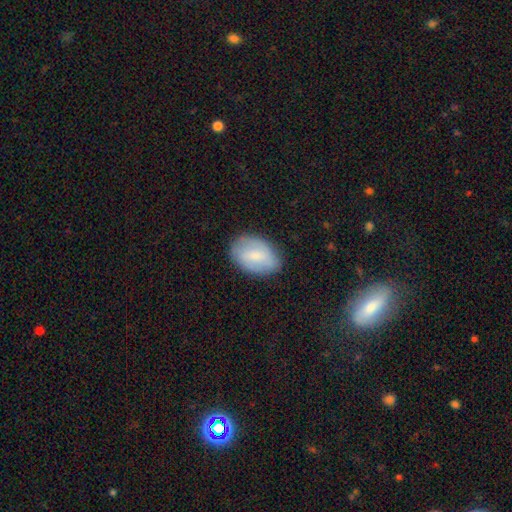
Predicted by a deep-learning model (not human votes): Smooth or featured? Predicted: smooth (p=0.66). How rounded? Predicted: in between (p=0.86). Merging? Predicted: none (p=0.80).